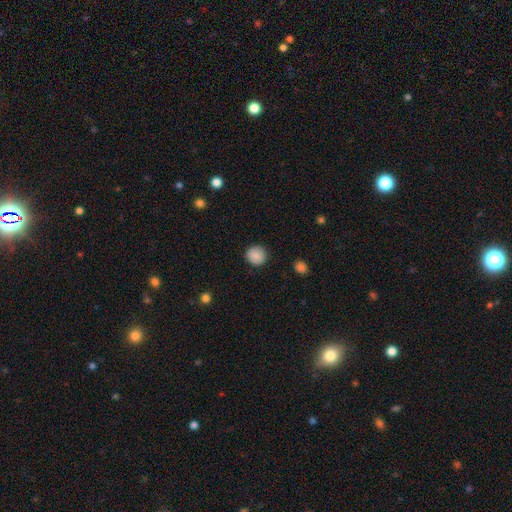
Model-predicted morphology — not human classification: This appears to be a smooth galaxy with no disk features (88%) that is round (91%). Merging: none (89%).